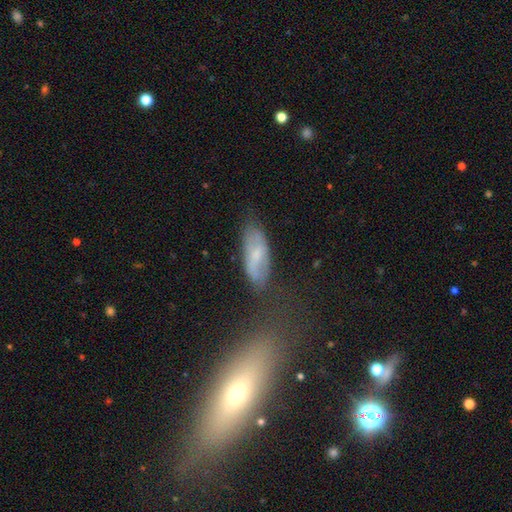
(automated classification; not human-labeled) Smooth or featured: smooth — 49% (featured or disk — 43%)
Merging: none — 64% (minor disturbance — 23%)